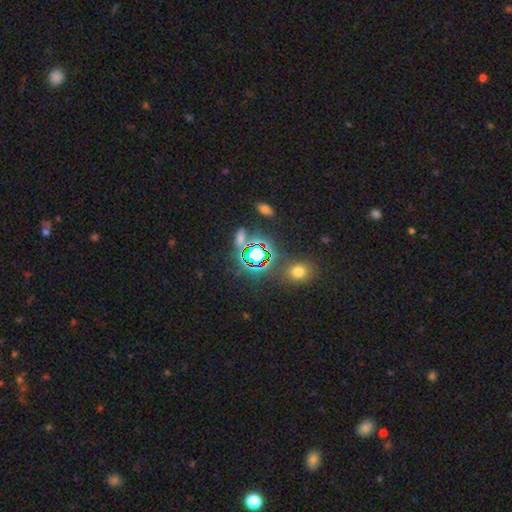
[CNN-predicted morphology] smooth-or-featured: star or artifact: 66% | smooth: 23% | featured or disk: 11%